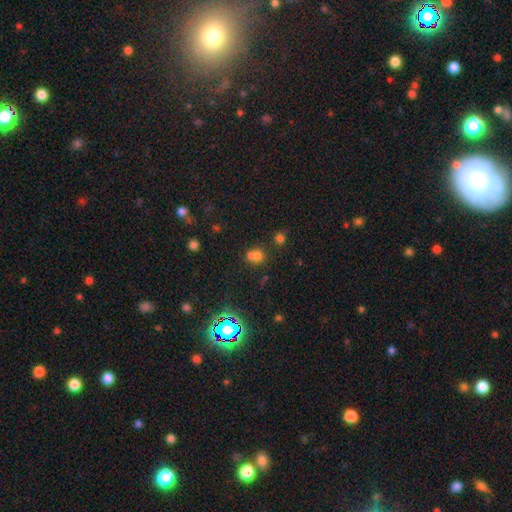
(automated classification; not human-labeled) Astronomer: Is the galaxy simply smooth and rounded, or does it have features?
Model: smooth — 63%.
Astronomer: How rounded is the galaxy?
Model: round — 76%.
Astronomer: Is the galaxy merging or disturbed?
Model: merger — 53% (runner-up: none, 37%).